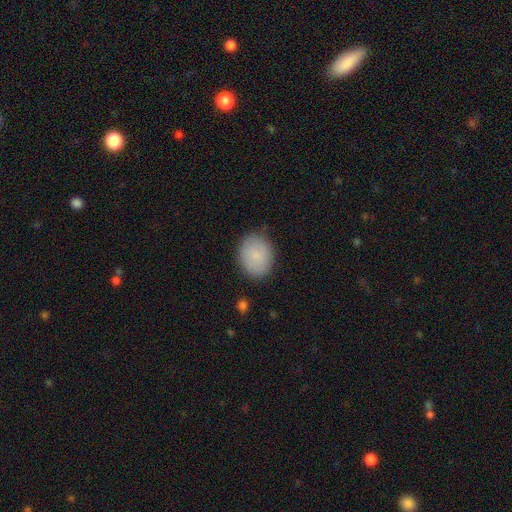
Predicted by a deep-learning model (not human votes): smooth_or_featured: smooth (p=0.85) [alt: featured or disk p=0.09]
how_rounded: round (p=0.51) [alt: in between p=0.49]
merging: none (p=0.84) [alt: minor disturbance p=0.12]